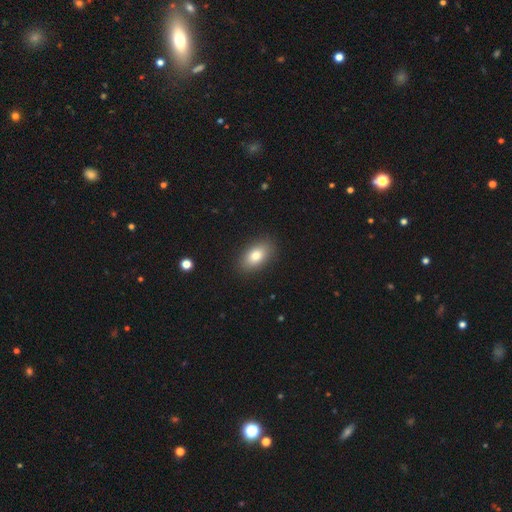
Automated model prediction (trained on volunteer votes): smooth 80%, featured or disk 12%, star or artifact 8%. Down the decision tree: how rounded — in between (90%); merging — none (88%).